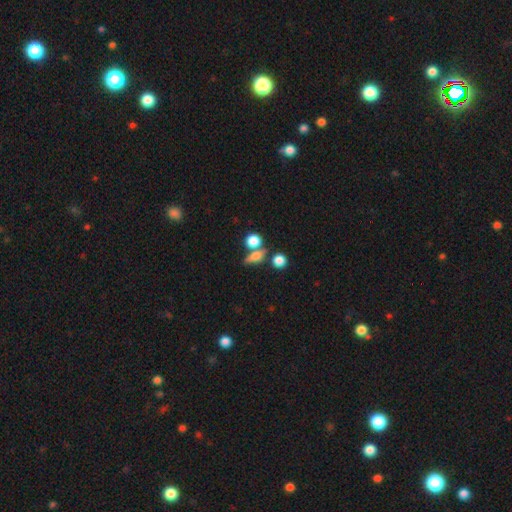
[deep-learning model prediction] The model was most divided on "how rounded": in between: 46%, round: 40%, cigar-shaped: 13%. More confident: smooth or featured — smooth (69%); merging — none (53%).